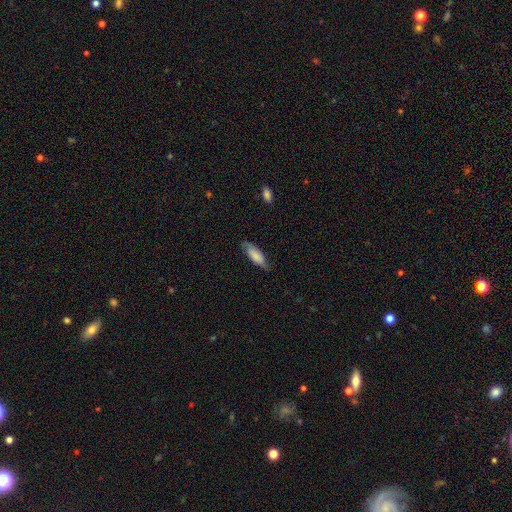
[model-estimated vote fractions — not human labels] Smooth or featured? Predicted: smooth (p=0.75). How rounded? Predicted: in between (p=0.62). Merging? Predicted: none (p=0.74).